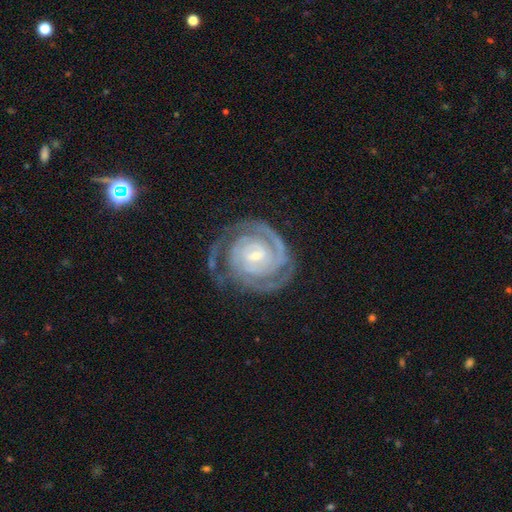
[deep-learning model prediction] Smooth or featured? Predicted: featured or disk (p=0.91). Edge-on disk? Predicted: no (p=0.98). Bar? Predicted: weak (p=0.43). Spiral arms? Predicted: yes (p=0.98). Spiral winding? Predicted: tight (p=0.81). Spiral arm count? Predicted: 2 (p=0.54). Bulge size? Predicted: small (p=0.63). Merging? Predicted: none (p=0.72).